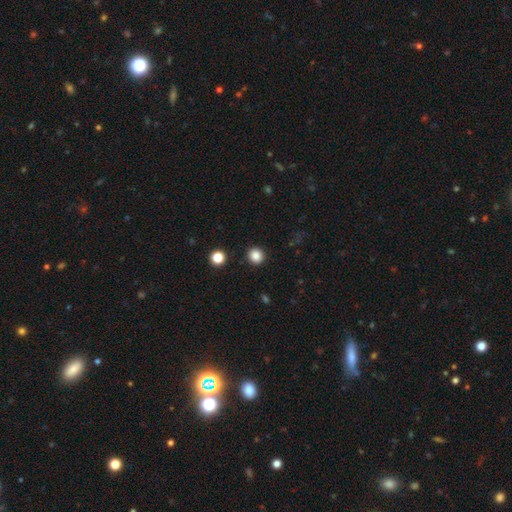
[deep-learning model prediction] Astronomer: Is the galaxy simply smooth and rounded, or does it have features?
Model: smooth — 85%.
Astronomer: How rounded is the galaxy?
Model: round — 92%.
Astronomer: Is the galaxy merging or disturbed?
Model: none — 91%.